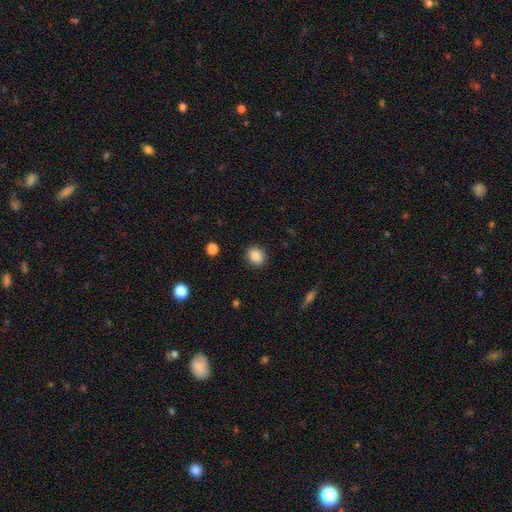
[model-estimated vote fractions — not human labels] This is clearly a smooth galaxy (87%). How rounded: likely round (76%). Merging: clearly none (90%).